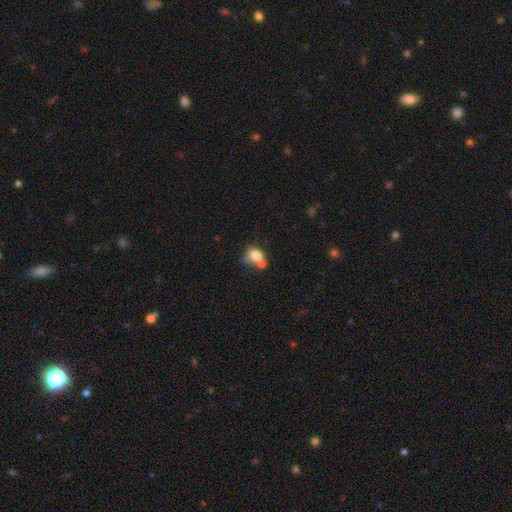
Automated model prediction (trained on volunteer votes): A smooth galaxy with no disk features (76%) that is in between round and cigar-shaped (52%). Merging: merger (45%).